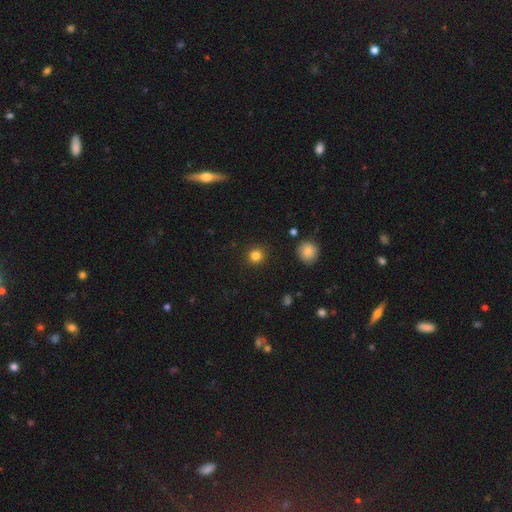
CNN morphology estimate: Smooth or featured: smooth — 84% (star or artifact — 12%)
How rounded: round — 93% (in between — 6%)
Merging: none — 91% (minor disturbance — 5%)